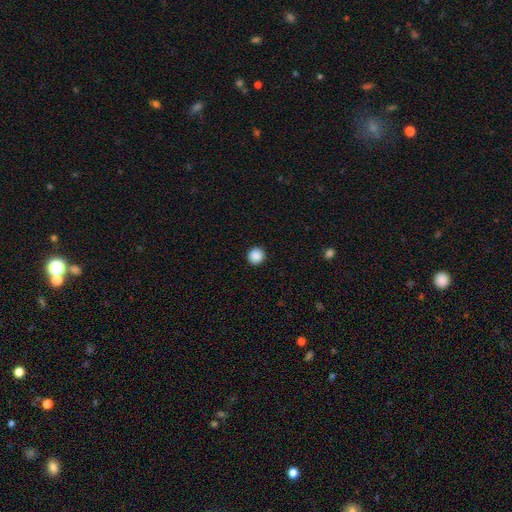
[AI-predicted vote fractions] Q: Smooth or featured?
A: smooth (89%); runner-up: star or artifact (9%)
Q: How rounded?
A: round (95%); runner-up: in between (4%)
Q: Merging?
A: none (93%); runner-up: minor disturbance (4%)